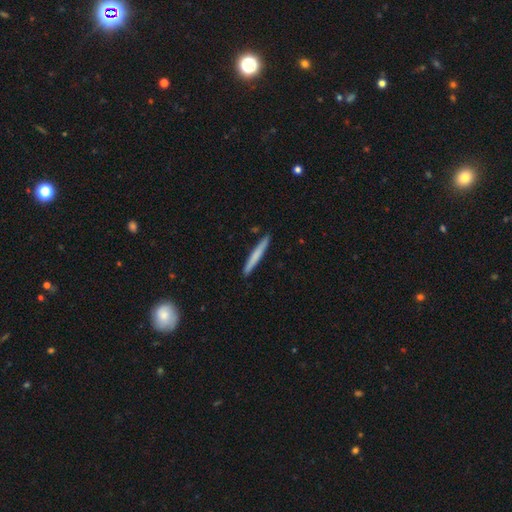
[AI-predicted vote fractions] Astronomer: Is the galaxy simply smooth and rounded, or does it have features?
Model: smooth — 67%.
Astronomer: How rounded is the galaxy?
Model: cigar-shaped — 97%.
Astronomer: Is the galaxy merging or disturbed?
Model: none — 92%.